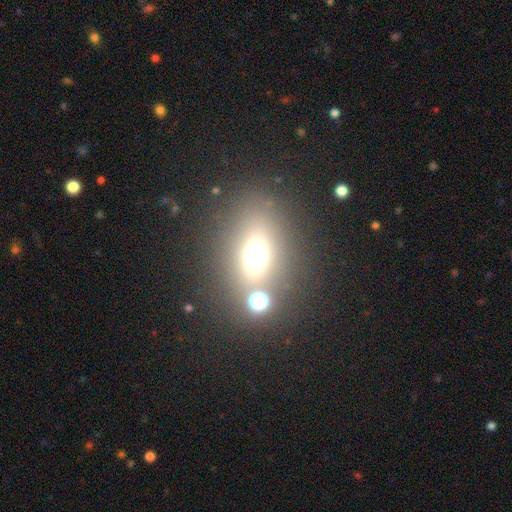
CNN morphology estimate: smooth 58%, star or artifact 24%, featured or disk 18%. Down the decision tree: how rounded — in between (60%); merging — none (70%).